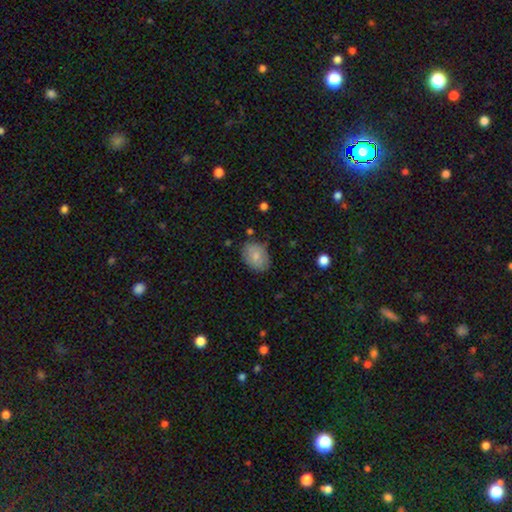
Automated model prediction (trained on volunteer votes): Smooth or featured? smooth (75%)
How rounded? in between (70%)
Merging? none (76%)